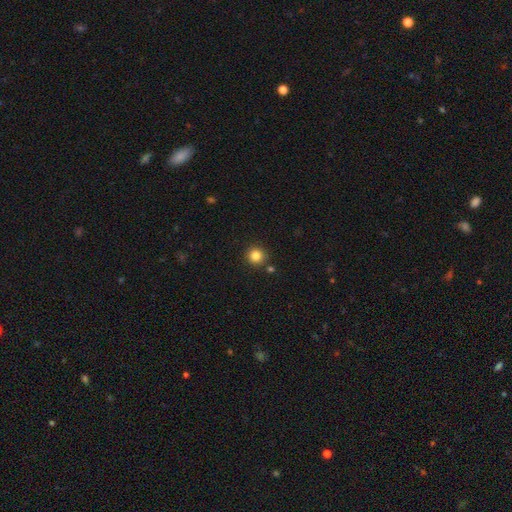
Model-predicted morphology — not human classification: Smooth or featured? Predicted: smooth (p=0.84). How rounded? Predicted: round (p=0.95). Merging? Predicted: none (p=0.88).